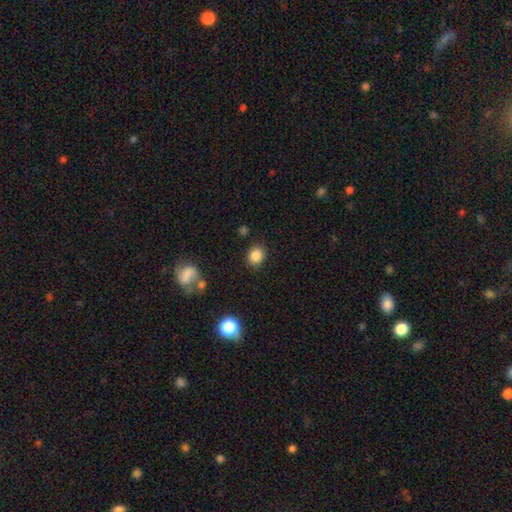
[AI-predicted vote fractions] Overall: smooth (85%). How rounded: round (70%). Merging: none (85%).